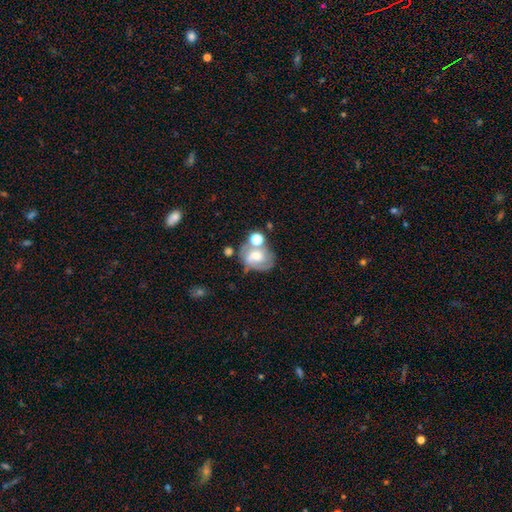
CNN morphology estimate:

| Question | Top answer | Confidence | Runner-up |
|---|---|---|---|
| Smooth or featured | featured or disk | 56% | smooth (34%) |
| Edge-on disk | no | 97% | yes (3%) |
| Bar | no | 56% | weak (35%) |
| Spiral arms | yes | 75% | no (25%) |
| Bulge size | moderate | 55% | small (31%) |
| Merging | none | 39% | merger (29%) |